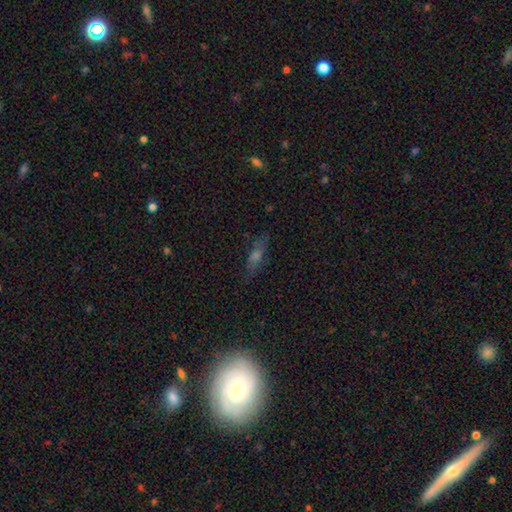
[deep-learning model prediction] Smooth or featured? smooth (39%)
Merging? none (83%)